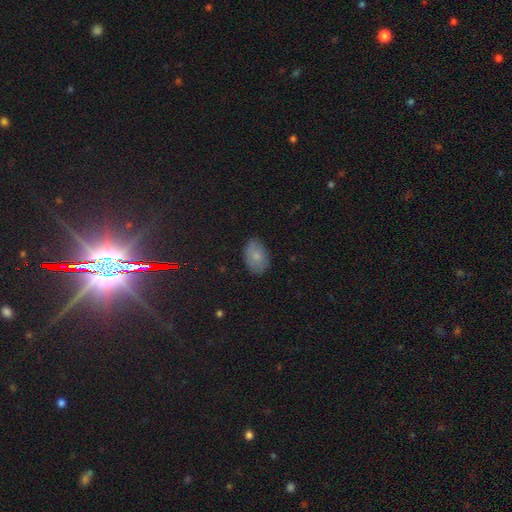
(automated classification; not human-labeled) This appears to be a smooth galaxy with no disk features (80%) that is in between round and cigar-shaped (86%). Merging: none (79%).